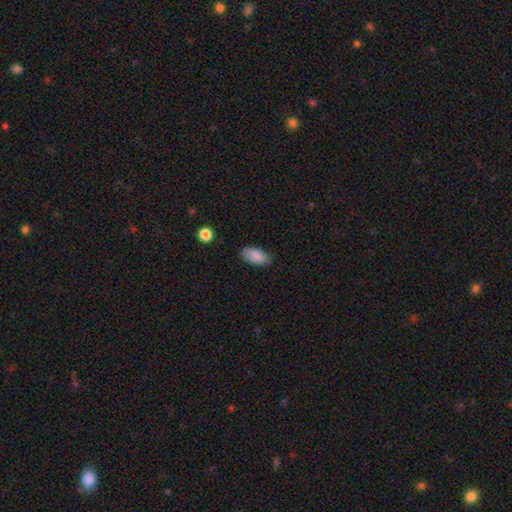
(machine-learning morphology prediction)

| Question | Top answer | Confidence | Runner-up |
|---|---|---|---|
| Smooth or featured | smooth | 88% | star or artifact (7%) |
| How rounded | in between | 92% | cigar-shaped (5%) |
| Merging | none | 83% | minor disturbance (13%) |